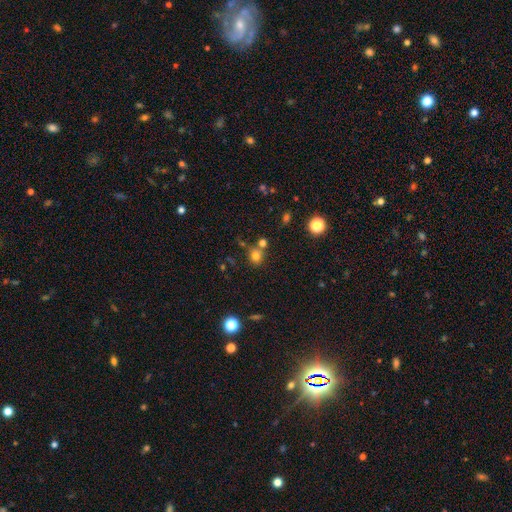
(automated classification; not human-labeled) A smooth galaxy with no disk features (75%) that is round (81%). Merging: none (65%).